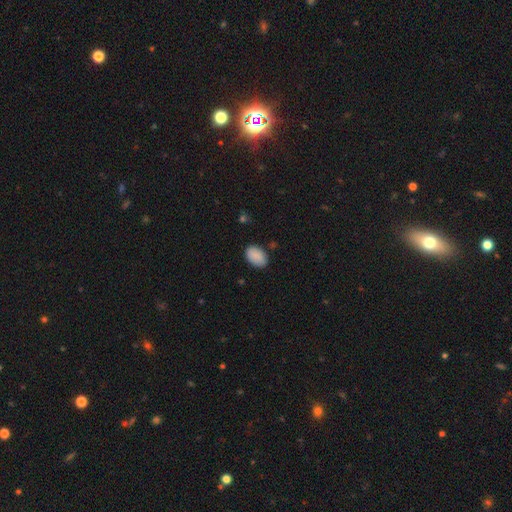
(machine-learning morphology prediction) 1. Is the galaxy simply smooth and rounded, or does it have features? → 89% smooth, 7% star or artifact, 4% featured or disk.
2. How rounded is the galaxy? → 88% in between, 11% round, 1% cigar-shaped.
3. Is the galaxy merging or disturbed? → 83% none, 13% minor disturbance, 3% major disturbance, 2% merger.